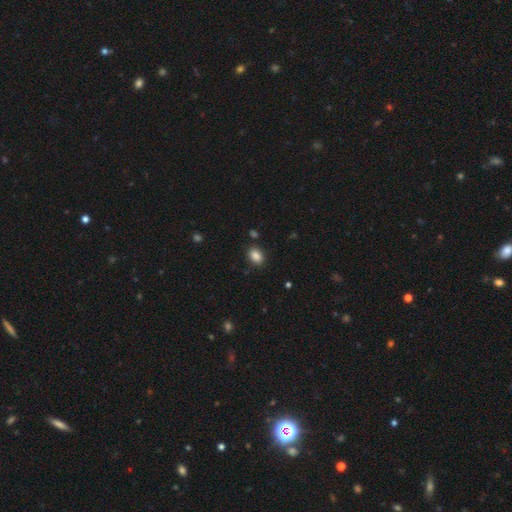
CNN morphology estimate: The model was most divided on "how rounded": in between: 78%, round: 21%, cigar-shaped: 1%. More confident: smooth or featured — smooth (86%); merging — none (85%).